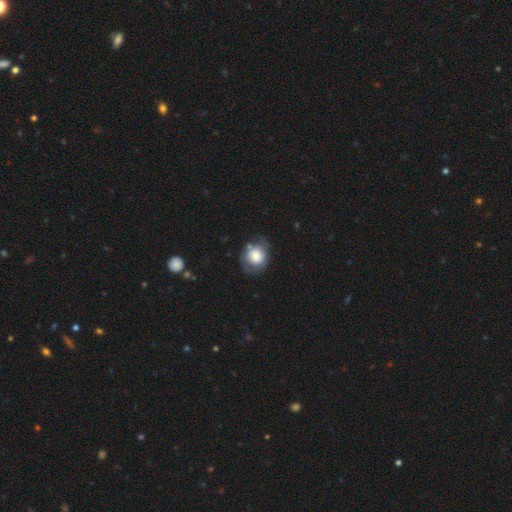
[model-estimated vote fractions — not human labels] Morphology: type=smooth (71%); roundness=round (65%); merging=none (58%).